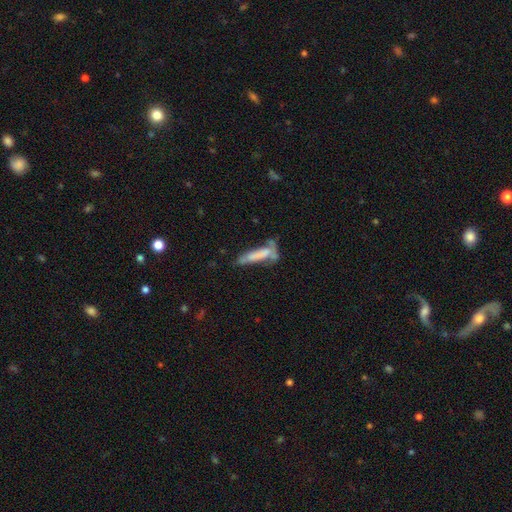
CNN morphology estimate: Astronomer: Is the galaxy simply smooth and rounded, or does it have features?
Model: smooth — 54% (runner-up: featured or disk, 34%).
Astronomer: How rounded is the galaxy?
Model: cigar-shaped — 80%.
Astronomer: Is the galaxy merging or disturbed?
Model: none — 36% (runner-up: merger, 23%).